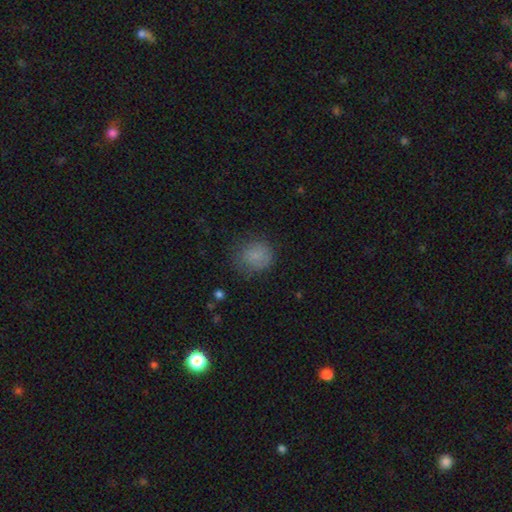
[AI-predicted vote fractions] A smooth galaxy with no disk features (80%) that is round (74%).

Vote fractions:
- Smooth or featured? smooth: 80% / star or artifact: 12% / featured or disk: 8%
- How rounded? round: 74% / in between: 25% / cigar-shaped: 1%
- Merging? none: 68% / minor disturbance: 22% / major disturbance: 9% / merger: 1%